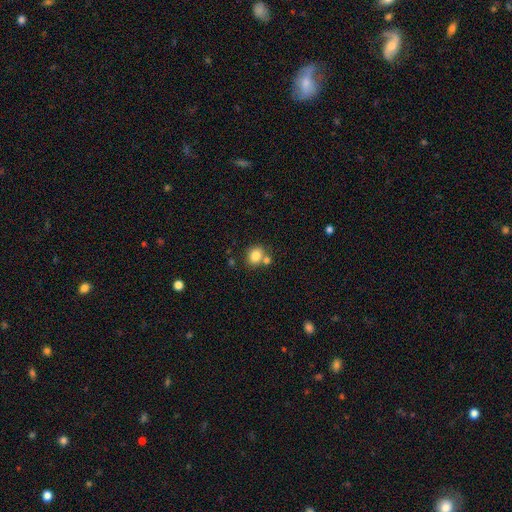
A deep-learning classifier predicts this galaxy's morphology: A smooth galaxy with no disk features (82%) that is round (62%). Merging: none (61%).